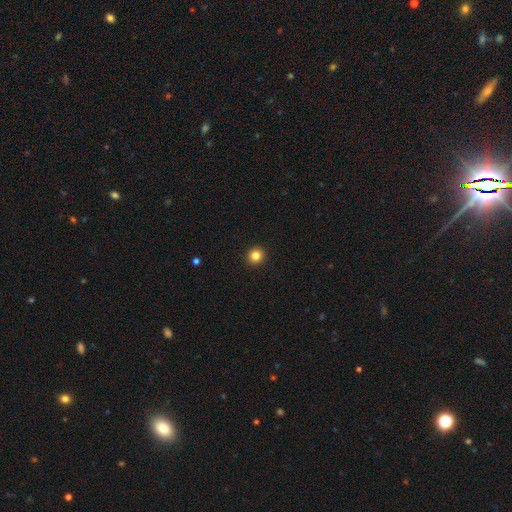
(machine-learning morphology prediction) Smooth or featured?
  - smooth: 83% *
  - star or artifact: 12%
  - featured or disk: 5%
How rounded?
  - round: 93% *
  - in between: 6%
  - cigar-shaped: 1%
Merging?
  - none: 94% *
  - minor disturbance: 4%
  - major disturbance: 1%
  - merger: 1%